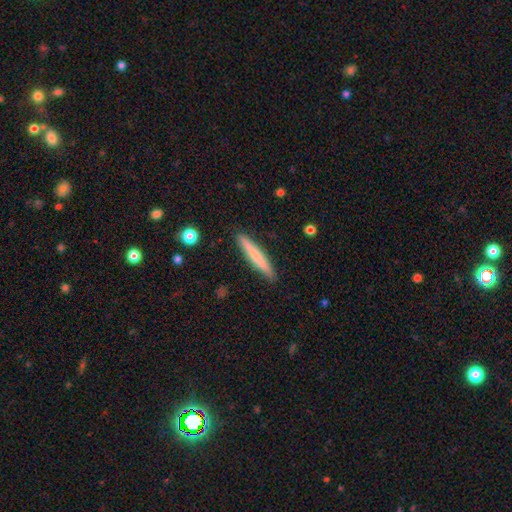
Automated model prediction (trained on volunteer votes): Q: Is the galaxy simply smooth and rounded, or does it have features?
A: smooth — 68%.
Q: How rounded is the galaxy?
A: cigar-shaped — 95%.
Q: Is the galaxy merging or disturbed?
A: none — 91%.